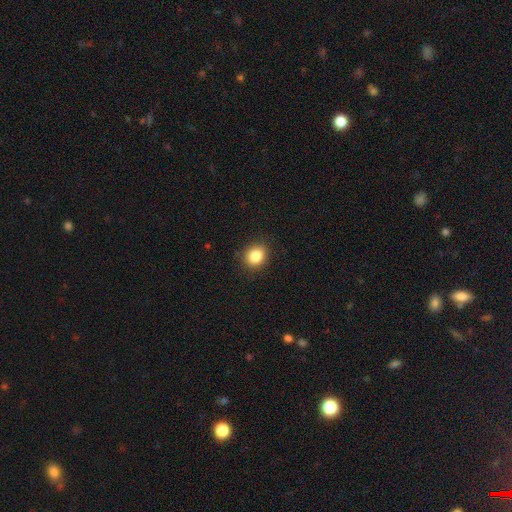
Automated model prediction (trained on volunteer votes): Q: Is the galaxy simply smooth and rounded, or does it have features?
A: smooth — 85%.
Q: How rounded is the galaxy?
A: round — 68%.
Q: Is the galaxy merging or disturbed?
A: none — 88%.